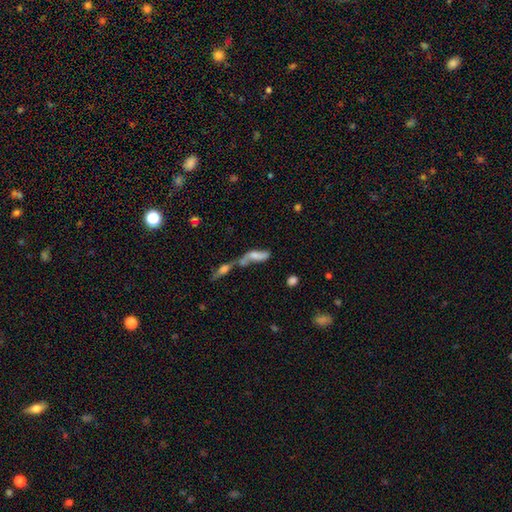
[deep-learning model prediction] Smooth or featured: smooth — 48% (featured or disk — 41%)
Merging: merger — 65% (none — 18%)